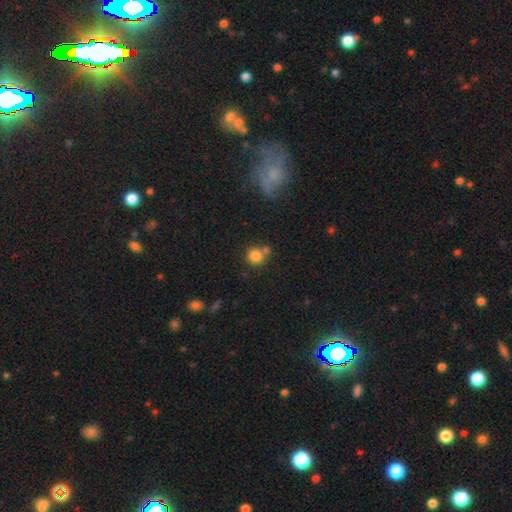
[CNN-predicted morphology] smooth-or-featured: smooth: 82% | star or artifact: 11% | featured or disk: 7%
  how-rounded: round: 89% | in between: 10% | cigar-shaped: 1%
  merging: none: 61% | merger: 25% | minor disturbance: 10% | major disturbance: 4%